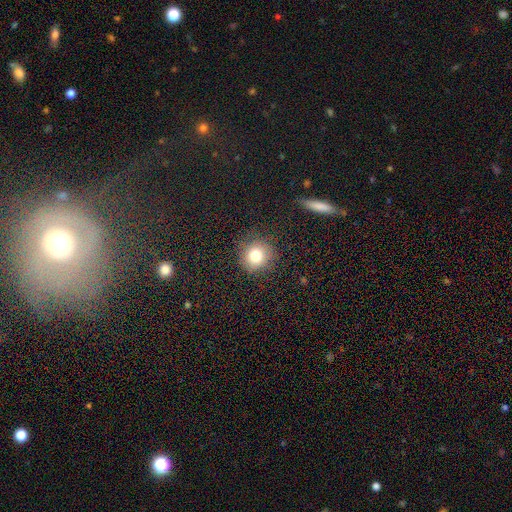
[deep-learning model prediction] Q: Smooth or featured?
A: smooth (80%); runner-up: star or artifact (12%)
Q: How rounded?
A: round (91%); runner-up: in between (8%)
Q: Merging?
A: none (86%); runner-up: minor disturbance (10%)